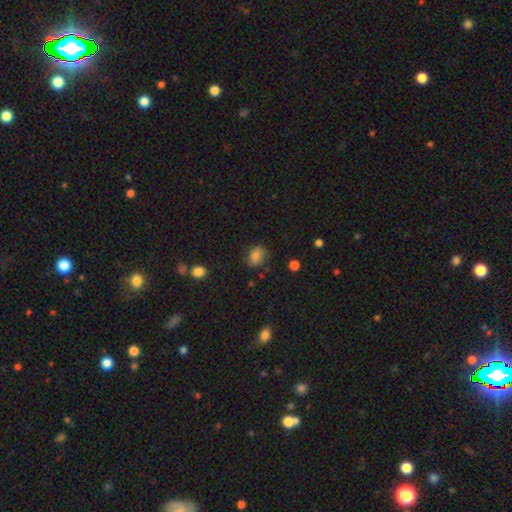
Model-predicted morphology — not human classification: This appears to be a smooth galaxy with no disk features (81%) that is in between round and cigar-shaped (74%). Merging: none (75%).